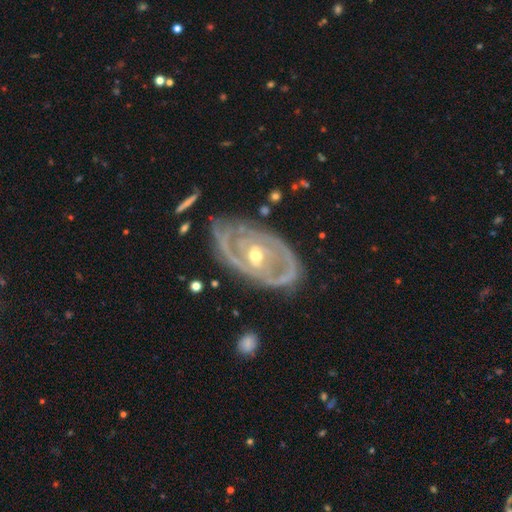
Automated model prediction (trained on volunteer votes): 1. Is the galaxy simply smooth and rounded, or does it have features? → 88% featured or disk, 7% smooth, 5% star or artifact.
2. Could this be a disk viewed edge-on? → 94% no, 6% yes.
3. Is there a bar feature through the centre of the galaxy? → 61% no, 26% weak, 13% strong.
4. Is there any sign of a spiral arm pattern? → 88% yes, 12% no.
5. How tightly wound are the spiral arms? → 66% tight, 27% medium, 7% loose.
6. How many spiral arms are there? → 51% 2, 22% can't tell, 12% 3, 7% 1, 4% 4, 3% more than 4.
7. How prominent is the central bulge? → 57% moderate, 40% small, 2% large, 1% none, 1% dominant.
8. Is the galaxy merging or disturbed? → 69% none, 20% minor disturbance, 8% major disturbance, 3% merger.